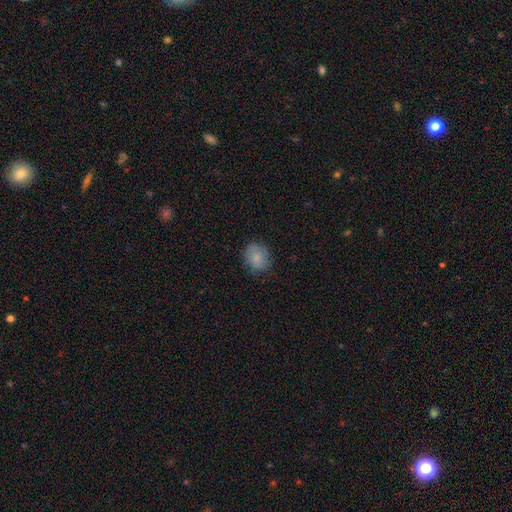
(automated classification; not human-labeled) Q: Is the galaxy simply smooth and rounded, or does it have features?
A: smooth — 81%.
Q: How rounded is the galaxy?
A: round — 72%.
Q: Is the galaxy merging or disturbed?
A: none — 77%.